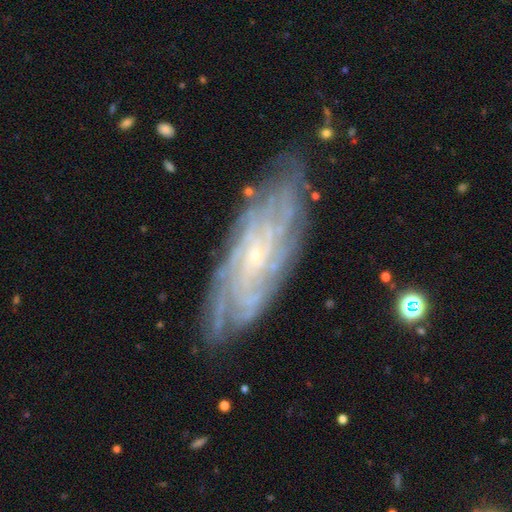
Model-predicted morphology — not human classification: Smooth or featured? featured or disk (83%)
Edge-on disk? no (86%)
Bar? no (67%)
Spiral arms? yes (94%)
Spiral winding? tight (73%)
Spiral arm count? can't tell (46%)
Bulge size? small (84%)
Merging? none (80%)